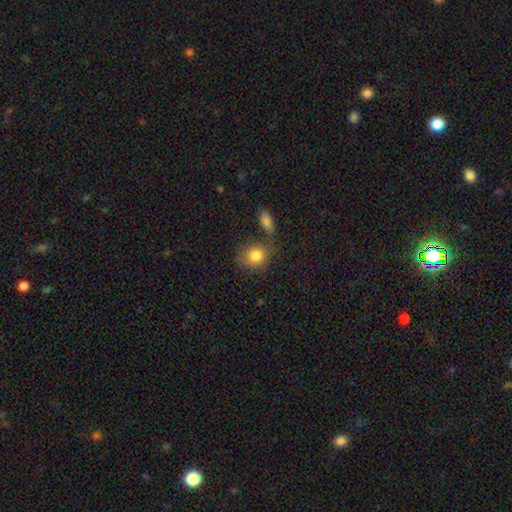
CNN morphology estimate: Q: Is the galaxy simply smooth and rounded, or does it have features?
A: smooth — 83%.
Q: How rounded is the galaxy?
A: round — 62%.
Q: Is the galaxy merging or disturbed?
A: none — 57%.